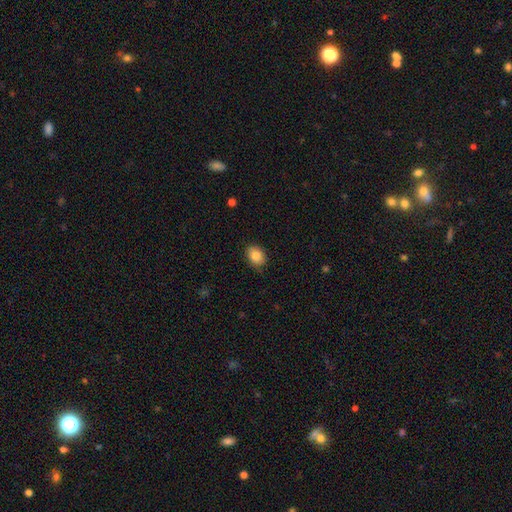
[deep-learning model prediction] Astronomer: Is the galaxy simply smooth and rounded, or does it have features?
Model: smooth — 85%.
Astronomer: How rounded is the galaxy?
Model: in between — 68%.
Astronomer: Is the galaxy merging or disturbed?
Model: none — 82%.